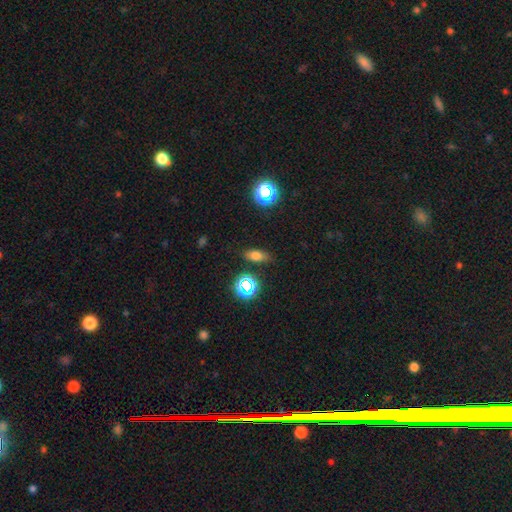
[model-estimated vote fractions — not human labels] Overall: smooth (70%). How rounded: in between (74%). Merging: none (84%).